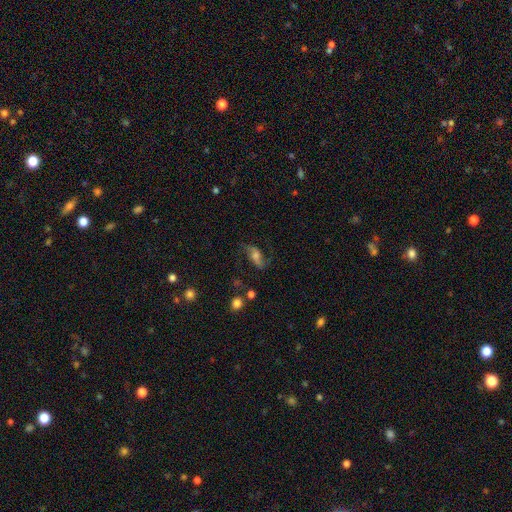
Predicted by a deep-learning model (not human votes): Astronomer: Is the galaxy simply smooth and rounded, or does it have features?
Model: featured or disk — 63%.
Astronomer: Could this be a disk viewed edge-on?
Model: no — 91%.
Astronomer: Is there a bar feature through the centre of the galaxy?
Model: no — 54% (runner-up: weak, 32%).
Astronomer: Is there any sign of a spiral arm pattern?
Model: yes — 90%.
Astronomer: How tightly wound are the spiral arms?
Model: loose — 73%.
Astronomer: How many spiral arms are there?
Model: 2 — 89%.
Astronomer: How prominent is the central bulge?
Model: moderate — 50%.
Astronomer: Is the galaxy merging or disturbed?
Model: none — 68%.